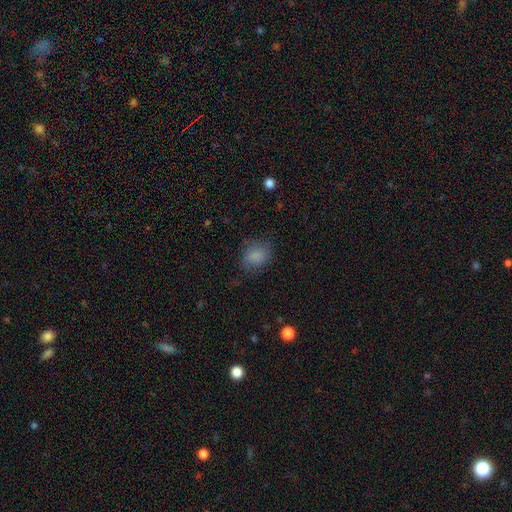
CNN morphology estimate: Smooth or featured?
  - smooth: 81% *
  - star or artifact: 10%
  - featured or disk: 9%
How rounded?
  - in between: 53% *
  - round: 45%
  - cigar-shaped: 1%
Merging?
  - none: 67% *
  - minor disturbance: 22%
  - major disturbance: 9%
  - merger: 1%